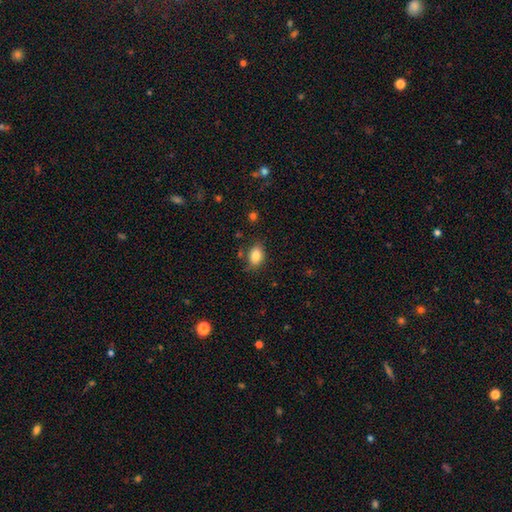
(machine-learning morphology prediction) This appears to be a smooth galaxy with no disk features (84%) that is in between round and cigar-shaped (83%). Merging: none (76%).